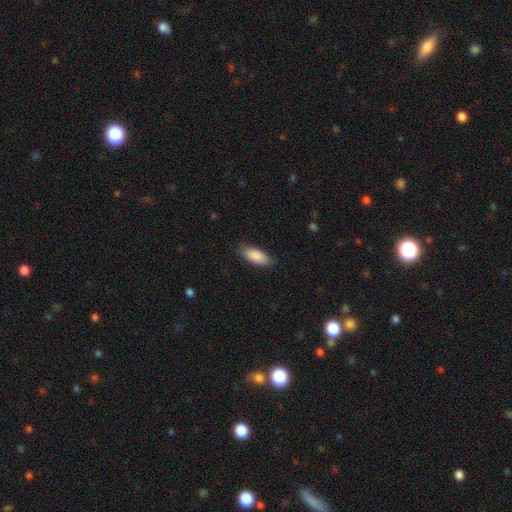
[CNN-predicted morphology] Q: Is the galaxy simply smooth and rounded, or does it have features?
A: smooth — 89%.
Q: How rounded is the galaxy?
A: in between — 80%.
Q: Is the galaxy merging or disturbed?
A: none — 84%.